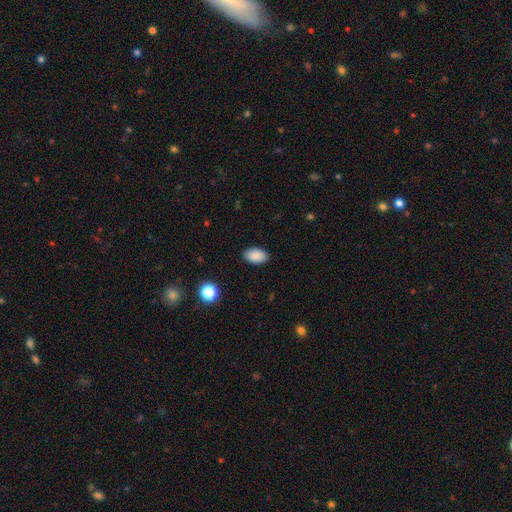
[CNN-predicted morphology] A smooth galaxy with no disk features (88%) that is in between round and cigar-shaped (92%). Merging: none (88%).